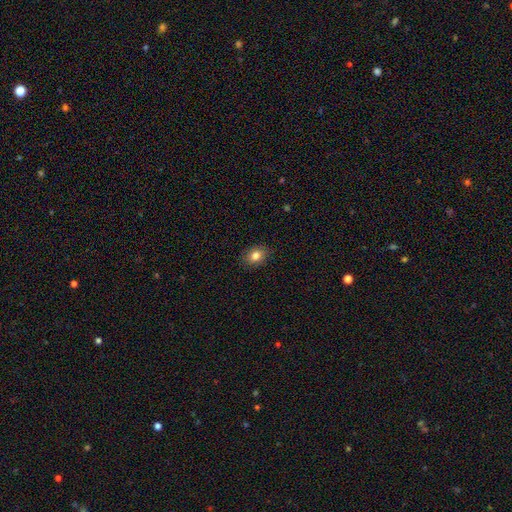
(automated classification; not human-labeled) Smooth or featured? Predicted: smooth (p=0.82). How rounded? Predicted: in between (p=0.57). Merging? Predicted: none (p=0.89).